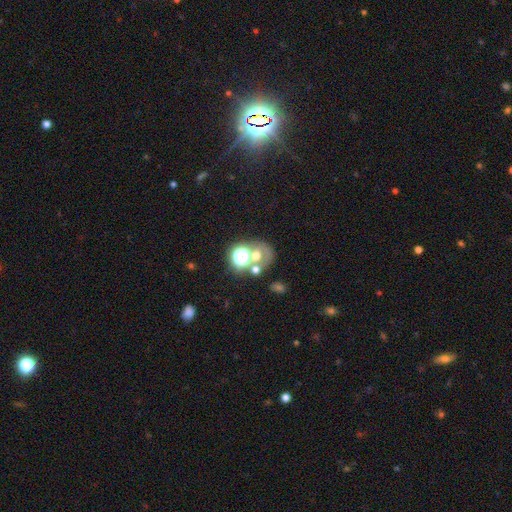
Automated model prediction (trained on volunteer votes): A smooth galaxy with no disk features (46%). Merging: none (43%).